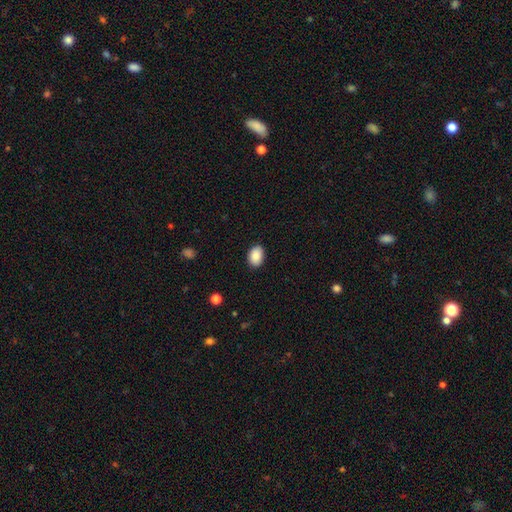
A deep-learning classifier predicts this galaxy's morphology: A smooth galaxy with no disk features (88%) that is in between round and cigar-shaped (81%).

Vote fractions:
- Smooth or featured? smooth: 88% / star or artifact: 7% / featured or disk: 4%
- How rounded? in between: 81% / round: 18% / cigar-shaped: 1%
- Merging? none: 87% / minor disturbance: 10% / major disturbance: 2% / merger: 1%